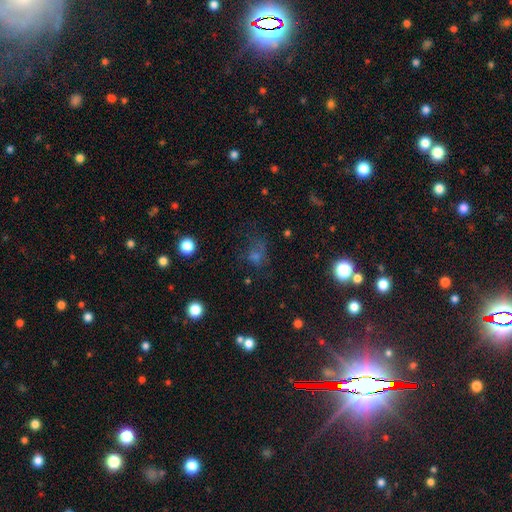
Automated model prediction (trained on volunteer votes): Smooth or featured? smooth (49%)
Merging? none (52%)